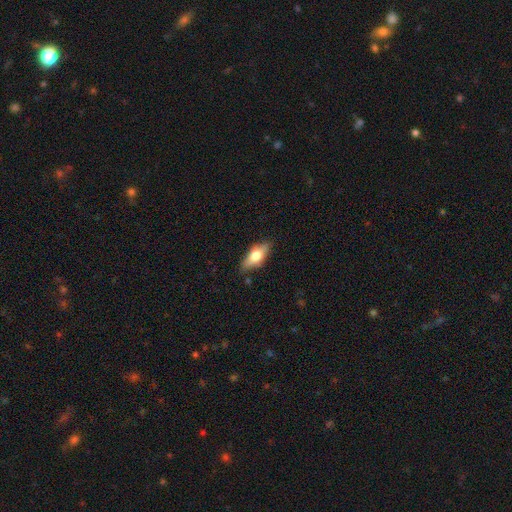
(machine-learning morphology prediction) A smooth galaxy with no disk features (63%) that is in between round and cigar-shaped (78%).

Vote fractions:
- Smooth or featured? smooth: 63% / featured or disk: 30% / star or artifact: 7%
- How rounded? in between: 78% / cigar-shaped: 19% / round: 4%
- Merging? none: 80% / minor disturbance: 15% / major disturbance: 3% / merger: 2%